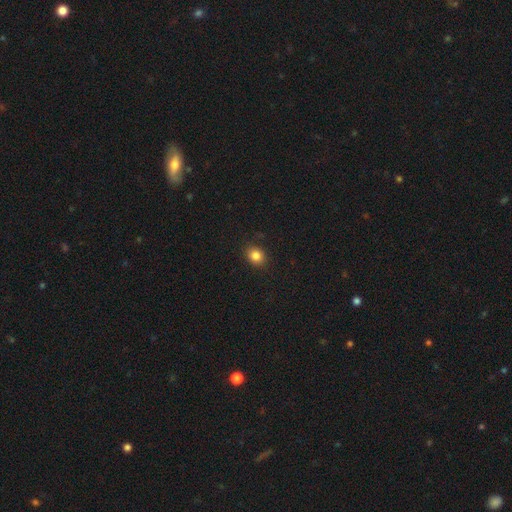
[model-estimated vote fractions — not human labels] A smooth galaxy with no disk features (84%) that is round (61%).

Vote fractions:
- Smooth or featured? smooth: 84% / star or artifact: 11% / featured or disk: 5%
- How rounded? round: 61% / in between: 38% / cigar-shaped: 1%
- Merging? none: 88% / minor disturbance: 8% / major disturbance: 2% / merger: 1%